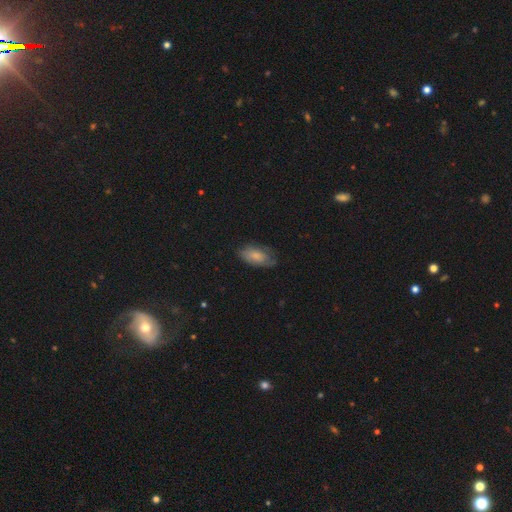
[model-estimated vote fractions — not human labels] The model was most divided on "merging": none: 63%, minor disturbance: 28%, major disturbance: 8%, merger: 1%. More confident: how rounded — in between (91%); smooth or featured — smooth (71%).